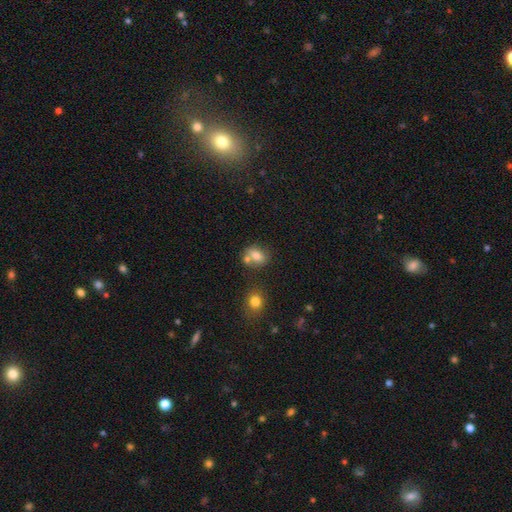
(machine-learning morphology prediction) Smooth or featured? smooth (74%)
How rounded? in between (58%)
Merging? none (51%)